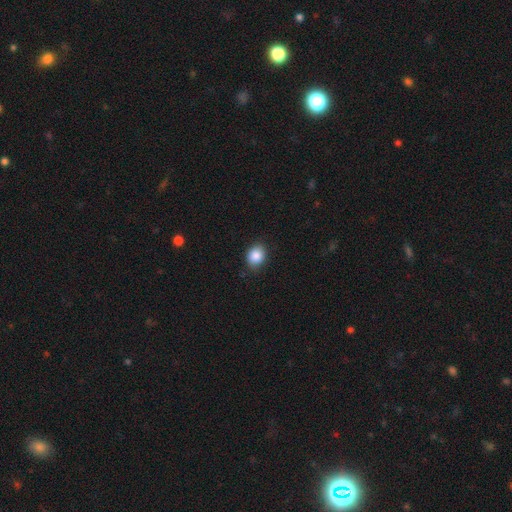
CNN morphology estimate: Q: Smooth or featured?
A: smooth (87%); runner-up: star or artifact (8%)
Q: How rounded?
A: in between (51%); runner-up: round (48%)
Q: Merging?
A: none (85%); runner-up: minor disturbance (12%)